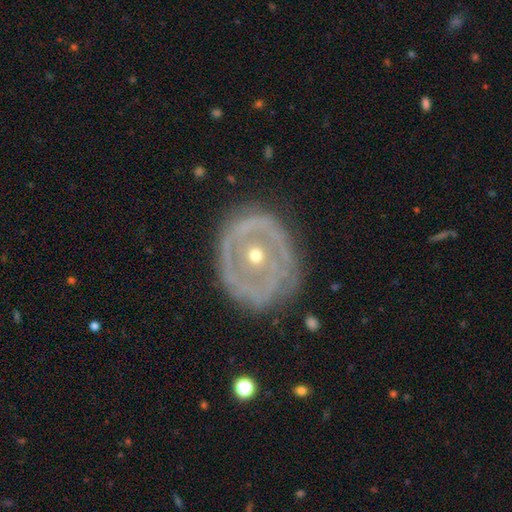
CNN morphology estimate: A featured or disk galaxy (80%) with no bar (78%), spiral arms (58%) and a moderate central bulge (51%).

Vote fractions:
- Smooth or featured? featured or disk: 80% / smooth: 15% / star or artifact: 6%
- Edge-on disk? no: 96% / yes: 4%
- Bar? no: 78% / weak: 15% / strong: 7%
- Spiral arms? yes: 58% / no: 42%
- Bulge size? moderate: 51% / small: 45% / large: 2% / none: 1% / dominant: 1%
- Merging? none: 70% / minor disturbance: 20% / major disturbance: 9% / merger: 2%